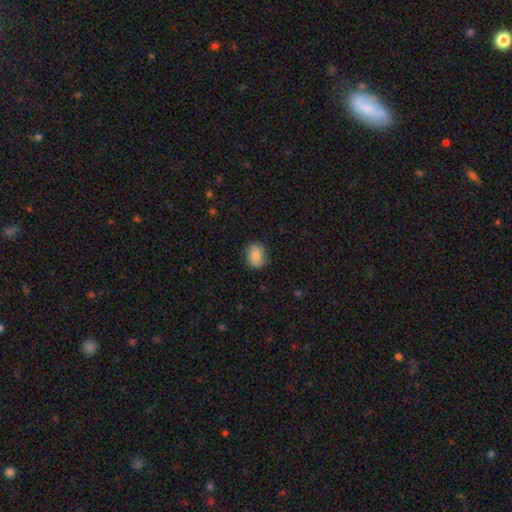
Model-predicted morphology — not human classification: A smooth galaxy with no disk features (82%) that is round (51%). Merging: none (81%).